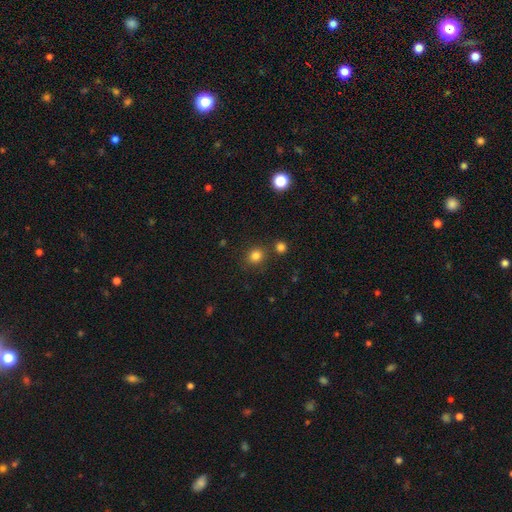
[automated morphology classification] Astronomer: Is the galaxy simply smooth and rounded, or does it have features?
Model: smooth — 82%.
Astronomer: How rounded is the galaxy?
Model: round — 78%.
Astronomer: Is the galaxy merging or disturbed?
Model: none — 78%.